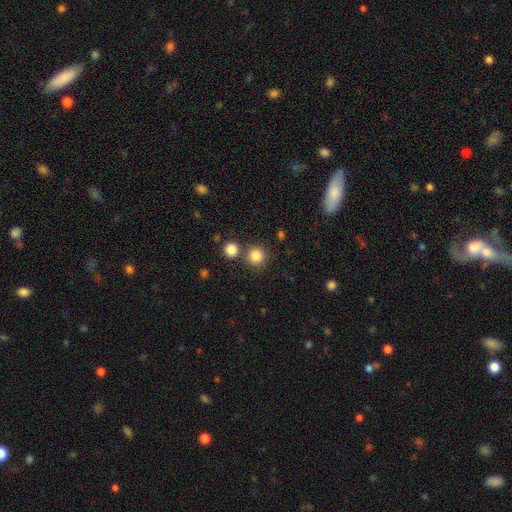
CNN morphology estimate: Smooth or featured?
  - smooth: 84% *
  - star or artifact: 11%
  - featured or disk: 4%
How rounded?
  - round: 92% *
  - in between: 7%
  - cigar-shaped: 1%
Merging?
  - none: 75% *
  - merger: 15%
  - minor disturbance: 7%
  - major disturbance: 3%